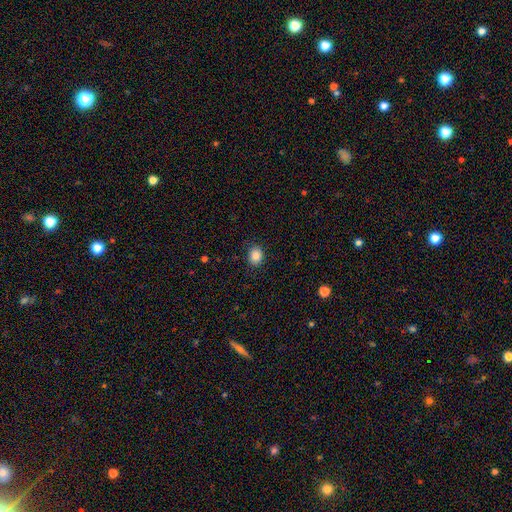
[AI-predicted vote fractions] Smooth or featured? Predicted: smooth (p=0.87). How rounded? Predicted: round (p=0.54). Merging? Predicted: none (p=0.86).